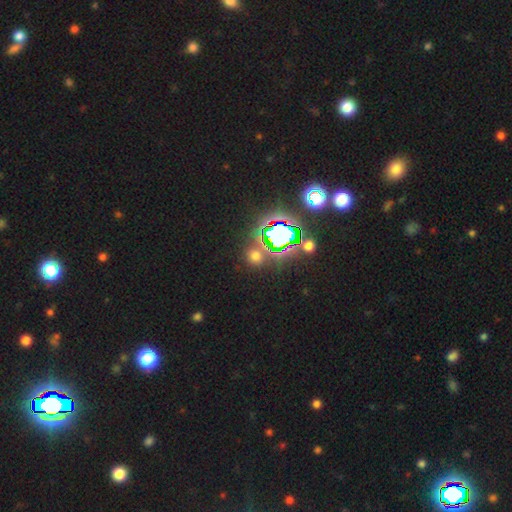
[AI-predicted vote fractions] star or artifact 49%, smooth 43%, featured or disk 8%.